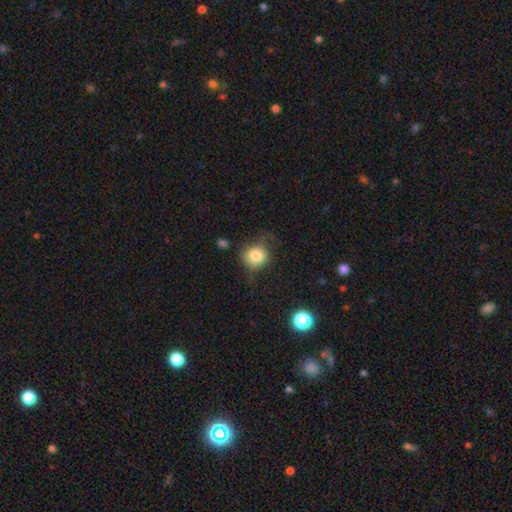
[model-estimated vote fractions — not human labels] The model was most divided on "merging": none: 62%, minor disturbance: 24%, major disturbance: 12%, merger: 3%. More confident: how rounded — round (86%); smooth or featured — smooth (80%).